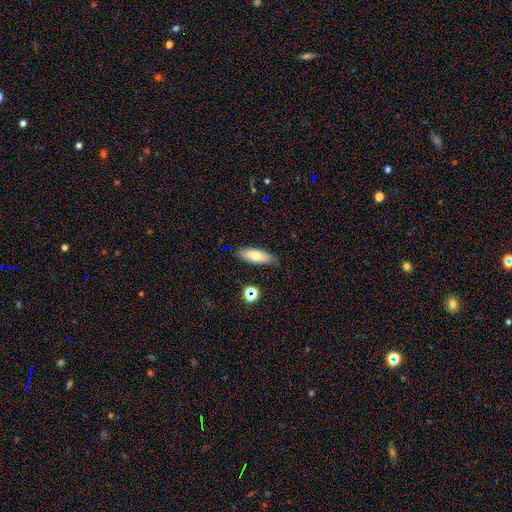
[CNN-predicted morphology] Smooth or featured? smooth (71%)
How rounded? in between (67%)
Merging? none (83%)